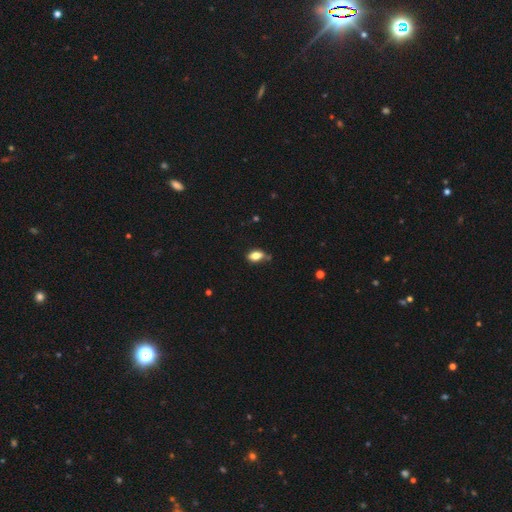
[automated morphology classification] Q: Smooth or featured?
A: smooth (77%); runner-up: featured or disk (14%)
Q: How rounded?
A: in between (86%); runner-up: round (9%)
Q: Merging?
A: none (63%); runner-up: minor disturbance (25%)